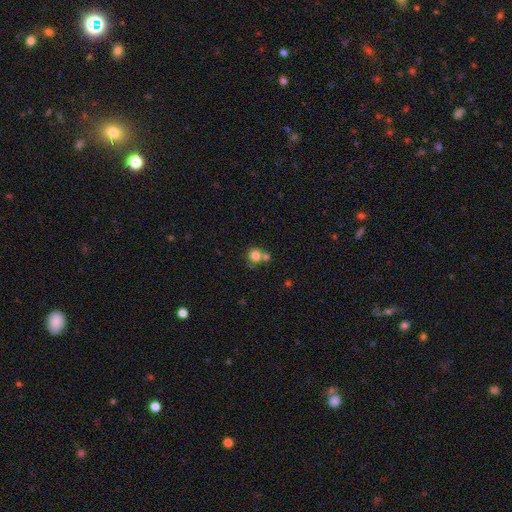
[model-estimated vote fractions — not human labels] smooth 80%, star or artifact 11%, featured or disk 9%. Down the decision tree: how rounded — round (89%); merging — none (51%).